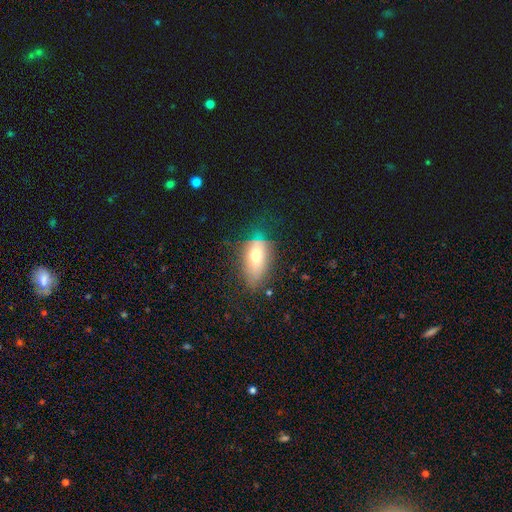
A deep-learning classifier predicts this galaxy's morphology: type=smooth (64%); roundness=in between (85%); merging=none (56%).